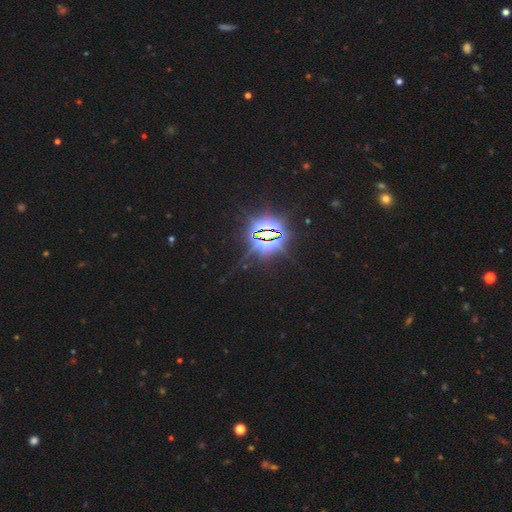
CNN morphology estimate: Overall: star or artifact (87%).